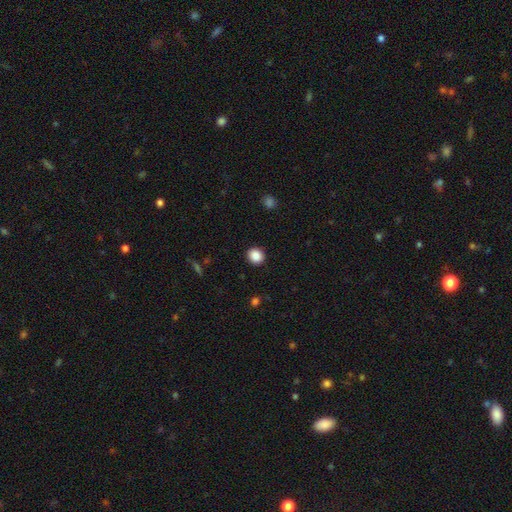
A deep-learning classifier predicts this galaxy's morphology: Smooth or featured? Predicted: smooth (p=0.87). How rounded? Predicted: round (p=0.80). Merging? Predicted: none (p=0.91).